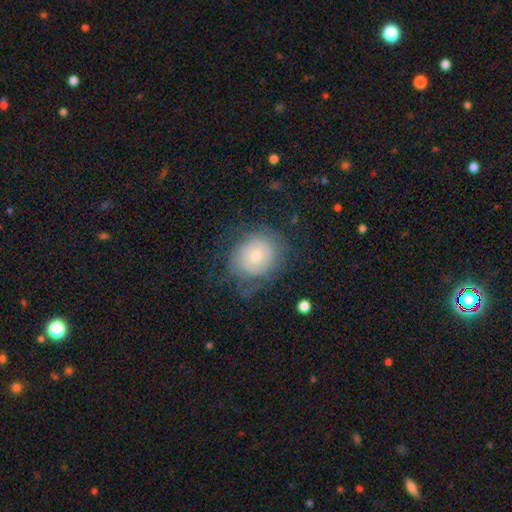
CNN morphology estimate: A smooth galaxy with no disk features (52%) that is round (75%).

Vote fractions:
- Smooth or featured? smooth: 52% / featured or disk: 39% / star or artifact: 8%
- How rounded? round: 75% / in between: 24% / cigar-shaped: 1%
- Merging? none: 63% / minor disturbance: 21% / major disturbance: 14% / merger: 1%